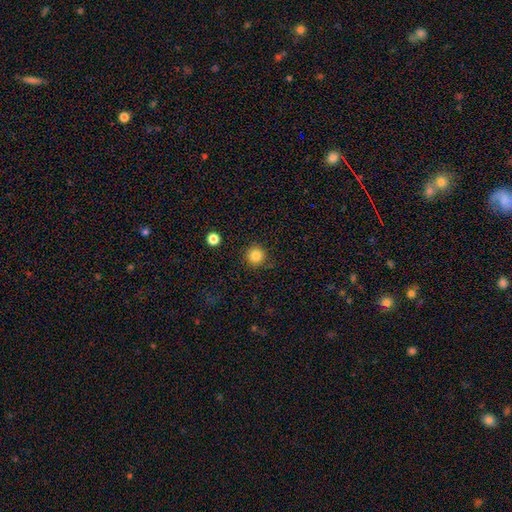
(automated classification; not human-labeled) The model was most divided on "smooth or featured": smooth: 84%, star or artifact: 11%, featured or disk: 5%. More confident: how rounded — round (95%); merging — none (89%).